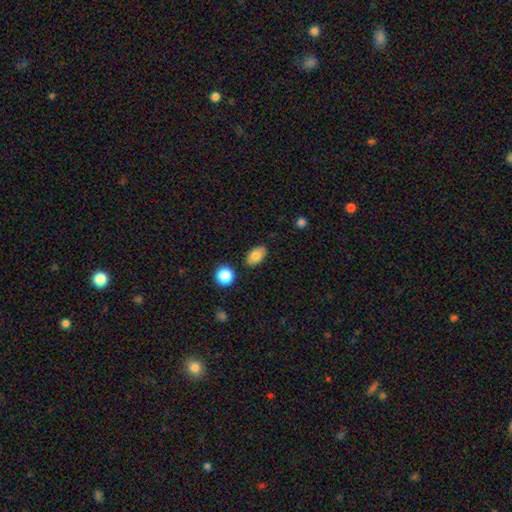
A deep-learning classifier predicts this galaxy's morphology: This is clearly a smooth galaxy (81%). How rounded: clearly in between (89%). Merging: clearly none (84%).